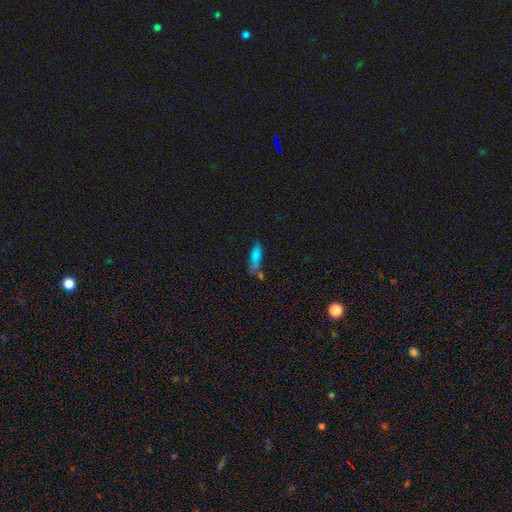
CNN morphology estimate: smooth-or-featured: smooth: 74% | star or artifact: 16% | featured or disk: 11%
  how-rounded: in between: 65% | cigar-shaped: 32% | round: 4%
  merging: none: 52% | minor disturbance: 21% | merger: 20% | major disturbance: 8%